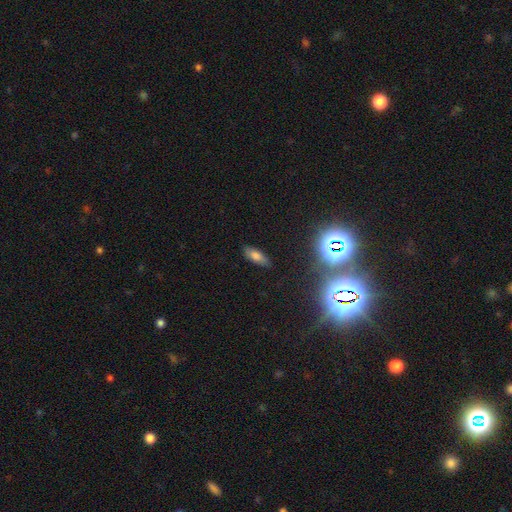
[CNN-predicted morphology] smooth_or_featured: smooth (p=0.74) [alt: featured or disk p=0.14]
how_rounded: in between (p=0.72) [alt: cigar-shaped p=0.26]
merging: none (p=0.83) [alt: minor disturbance p=0.13]